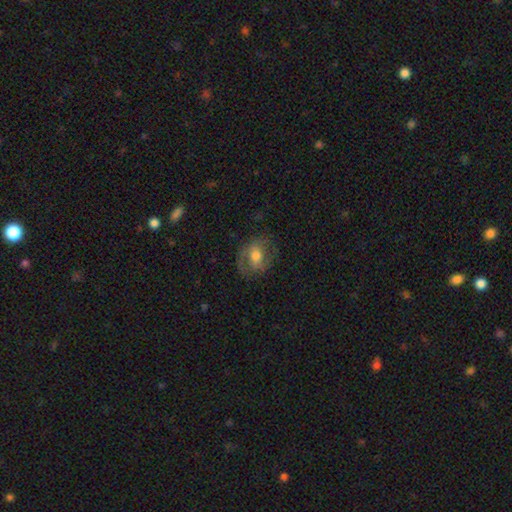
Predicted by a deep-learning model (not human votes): Morphology: type=featured or disk (53%); edge-on=no (94%); bar=no (39%, tied with weak); spiral arms=yes (63%); bulge=moderate (66%); merging=none (69%).